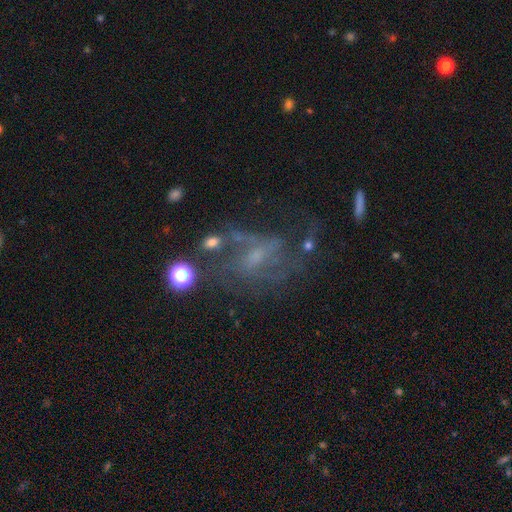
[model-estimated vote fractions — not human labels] Overall: featured or disk (63%). Edge-on disk: no (95%). Bar: no (43%, tied with weak). Spiral arms: yes (73%). Bulge size: small (63%). Merging: none (50%; major disturbance 22%).